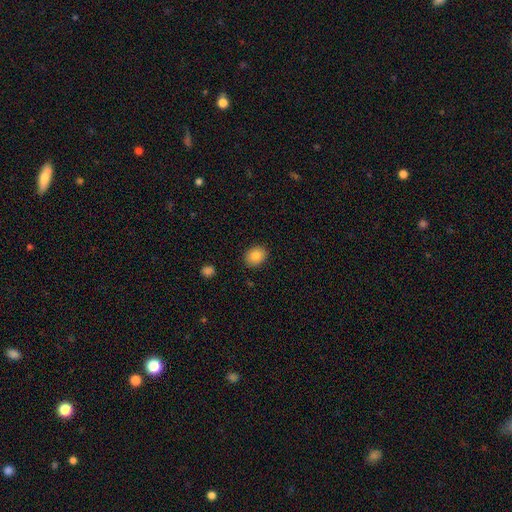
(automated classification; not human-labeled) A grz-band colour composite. It shows a smooth galaxy with no disk features (84%) that is in between round and cigar-shaped (50%). Merging: none (89%).